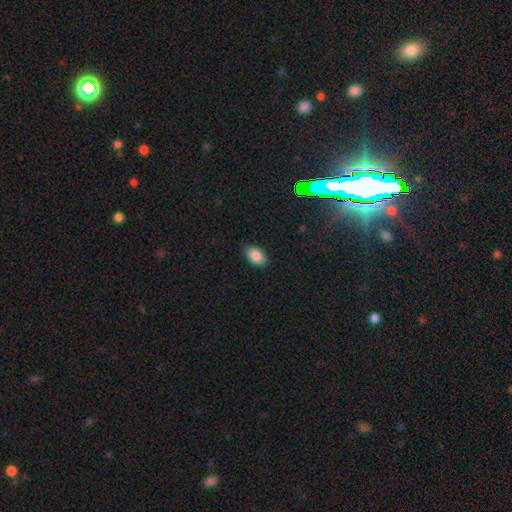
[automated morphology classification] Smooth or featured? Predicted: smooth (p=0.88). How rounded? Predicted: in between (p=0.91). Merging? Predicted: none (p=0.82).